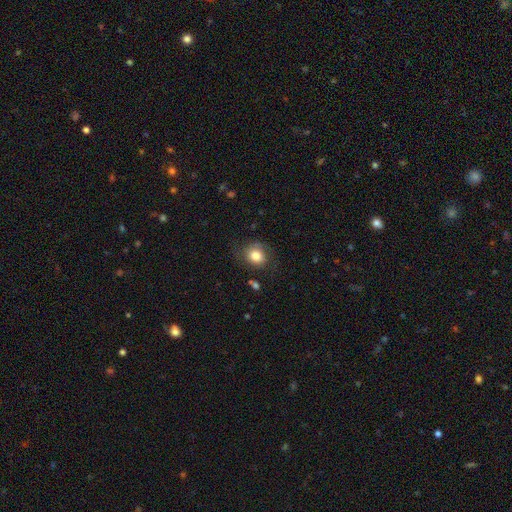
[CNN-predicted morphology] smooth-or-featured: smooth: 78% | featured or disk: 14% | star or artifact: 9%
  how-rounded: round: 65% | in between: 34% | cigar-shaped: 1%
  merging: none: 69% | minor disturbance: 20% | major disturbance: 9% | merger: 2%